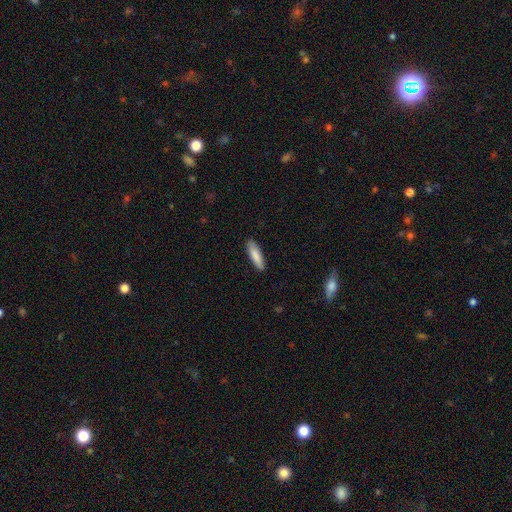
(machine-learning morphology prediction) smooth-or-featured: smooth: 85% | featured or disk: 9% | star or artifact: 5%
  how-rounded: cigar-shaped: 68% | in between: 31% | round: 1%
  merging: none: 88% | minor disturbance: 9% | major disturbance: 2% | merger: 1%